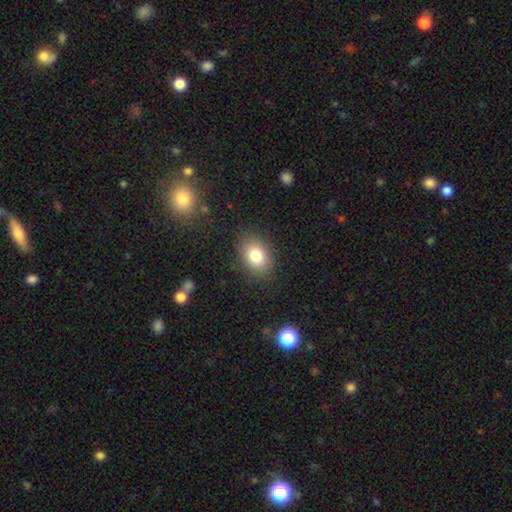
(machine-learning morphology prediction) This appears to be a smooth galaxy with no disk features (80%) that is in between round and cigar-shaped (72%). Merging: none (85%).